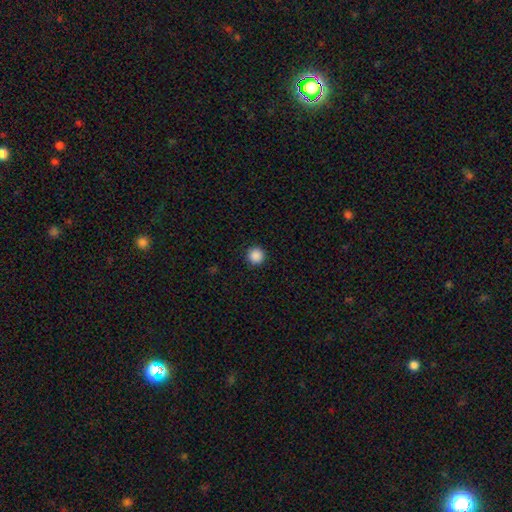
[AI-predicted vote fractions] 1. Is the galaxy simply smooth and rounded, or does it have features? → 88% smooth, 10% star or artifact, 2% featured or disk.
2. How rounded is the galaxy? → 96% round, 3% in between, 1% cigar-shaped.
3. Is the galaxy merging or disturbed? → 93% none, 5% minor disturbance, 2% major disturbance, 1% merger.